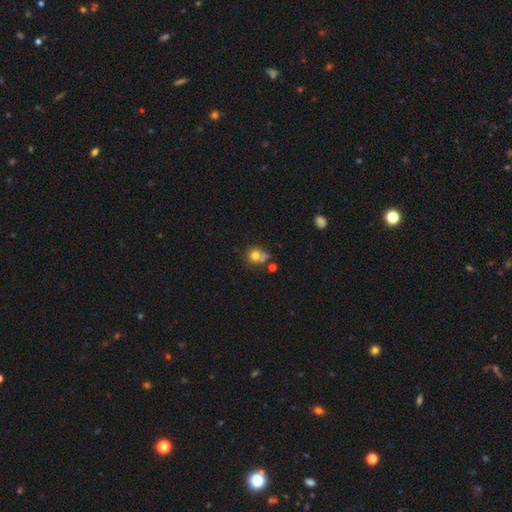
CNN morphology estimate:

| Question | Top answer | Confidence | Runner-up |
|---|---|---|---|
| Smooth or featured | smooth | 75% | featured or disk (13%) |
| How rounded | round | 82% | in between (17%) |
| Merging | none | 51% | merger (26%) |